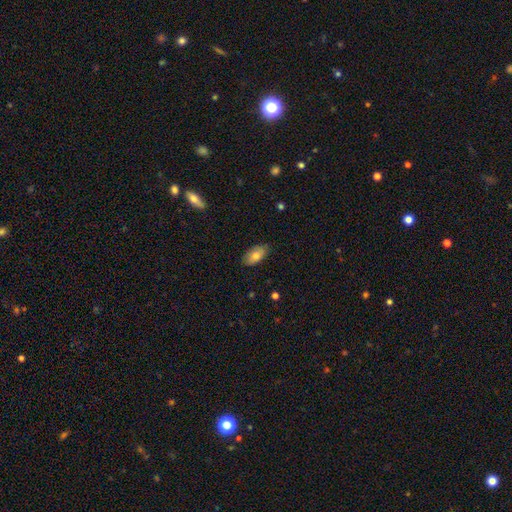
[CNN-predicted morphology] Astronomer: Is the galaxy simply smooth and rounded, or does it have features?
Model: smooth — 77%.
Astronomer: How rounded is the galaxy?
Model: in between — 92%.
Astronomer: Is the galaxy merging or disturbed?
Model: none — 83%.